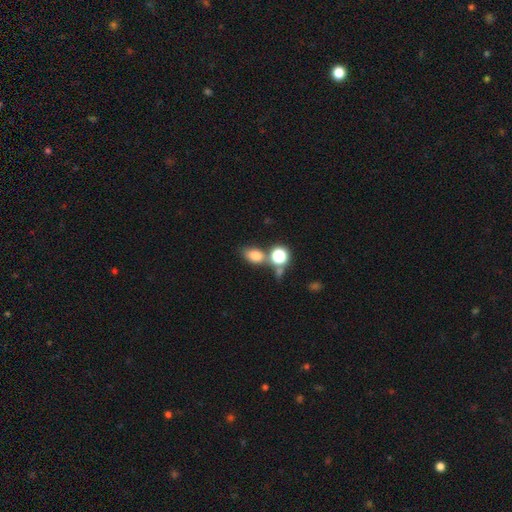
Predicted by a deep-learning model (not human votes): A smooth galaxy with no disk features (77%) that is in between round and cigar-shaped (74%). Merging: none (52%).